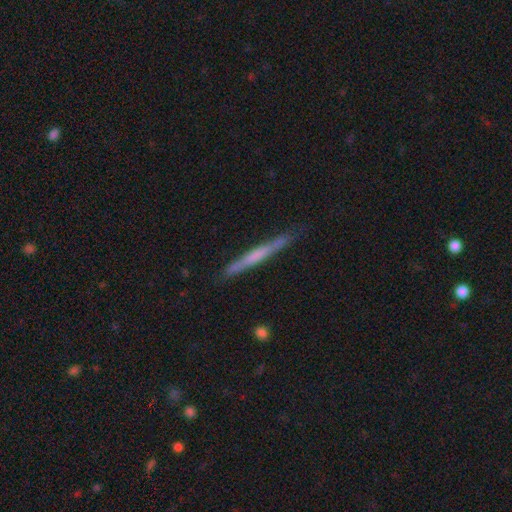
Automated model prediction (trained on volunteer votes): smooth_or_featured: featured or disk (p=0.49) [alt: smooth p=0.45]
merging: none (p=0.83) [alt: minor disturbance p=0.13]